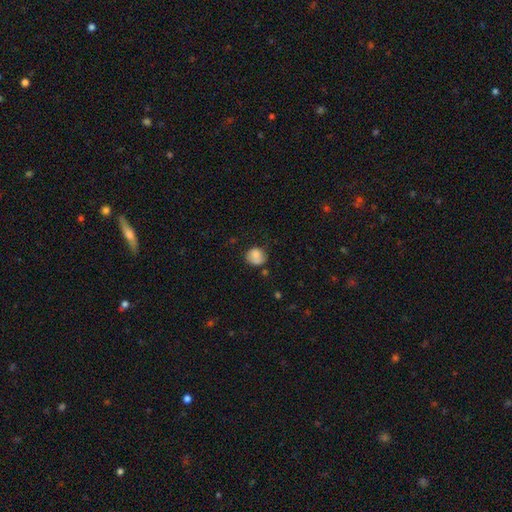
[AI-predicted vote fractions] A smooth galaxy with no disk features (80%) that is round (76%).

Vote fractions:
- Smooth or featured? smooth: 80% / featured or disk: 11% / star or artifact: 9%
- How rounded? round: 76% / in between: 23% / cigar-shaped: 1%
- Merging? none: 61% / minor disturbance: 26% / major disturbance: 7% / merger: 7%